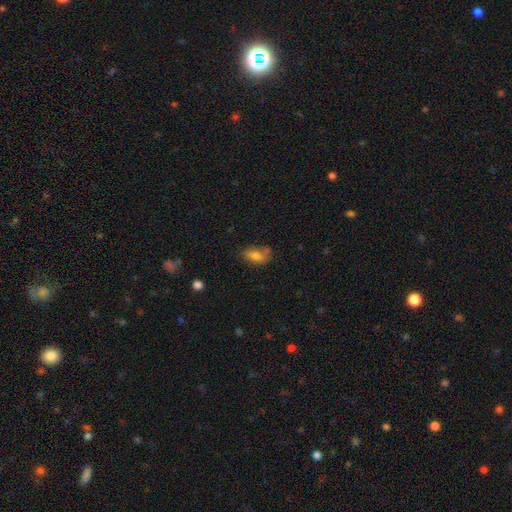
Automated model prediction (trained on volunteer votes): The model was most divided on "merging": none: 53%, minor disturbance: 24%, merger: 14%, major disturbance: 9%. More confident: how rounded — in between (87%); smooth or featured — smooth (77%).